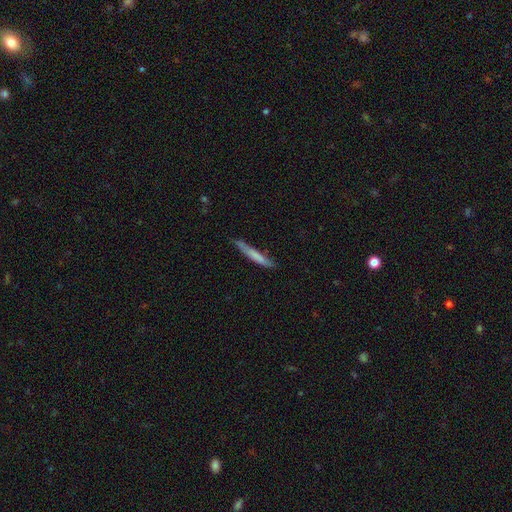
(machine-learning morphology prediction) type=smooth (69%); roundness=cigar-shaped (95%); merging=none (73%).